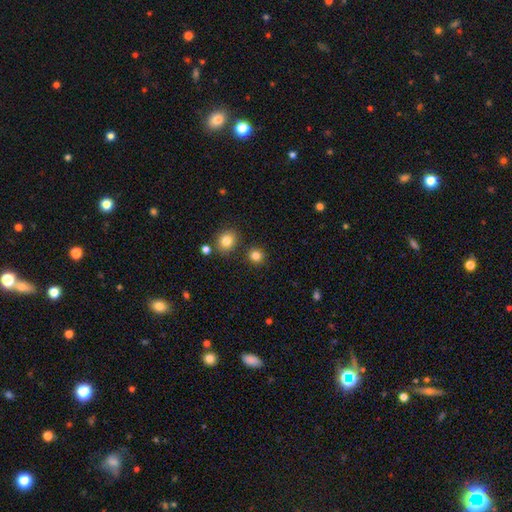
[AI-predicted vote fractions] Morphology: type=smooth (82%); roundness=round (89%); merging=none (86%).